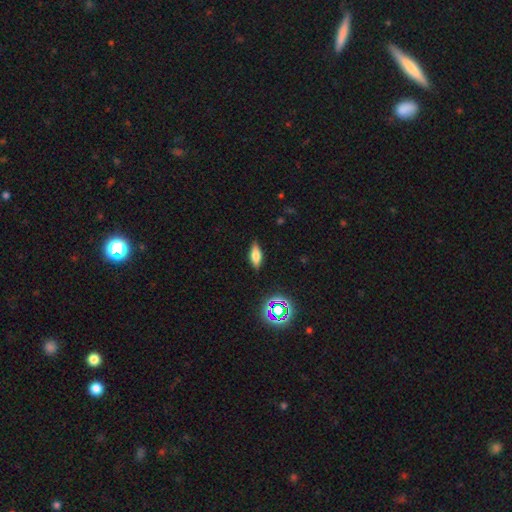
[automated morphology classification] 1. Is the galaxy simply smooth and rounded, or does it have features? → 59% smooth, 28% featured or disk, 12% star or artifact.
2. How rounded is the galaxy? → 66% in between, 30% cigar-shaped, 4% round.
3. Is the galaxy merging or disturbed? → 85% none, 11% minor disturbance, 3% major disturbance, 1% merger.